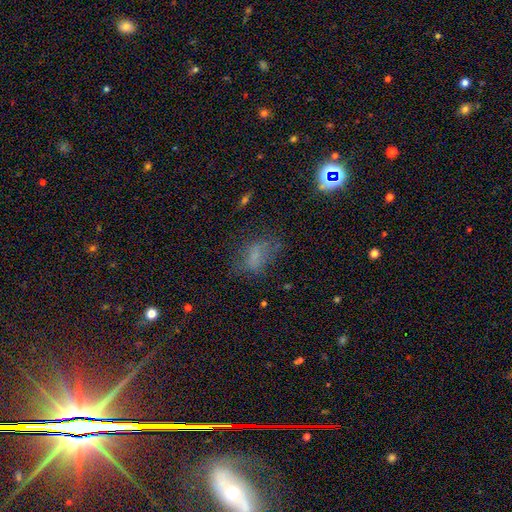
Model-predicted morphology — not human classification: The model was most divided on "merging": none: 51%, minor disturbance: 24%, major disturbance: 23%, merger: 3%. More confident: how rounded — in between (81%); smooth or featured — smooth (54%).